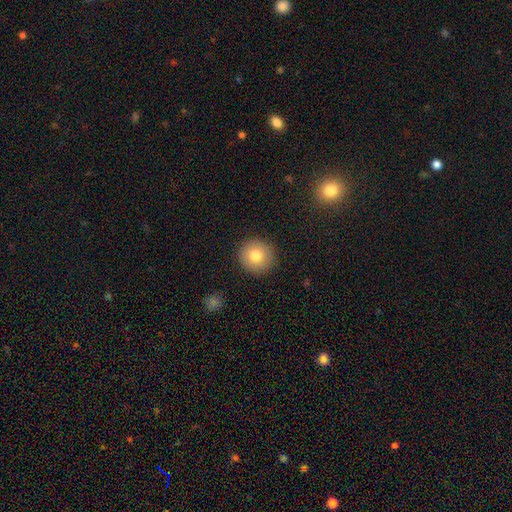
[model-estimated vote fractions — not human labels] smooth 79%, featured or disk 12%, star or artifact 9%. Down the decision tree: how rounded — round (93%); merging — none (91%).